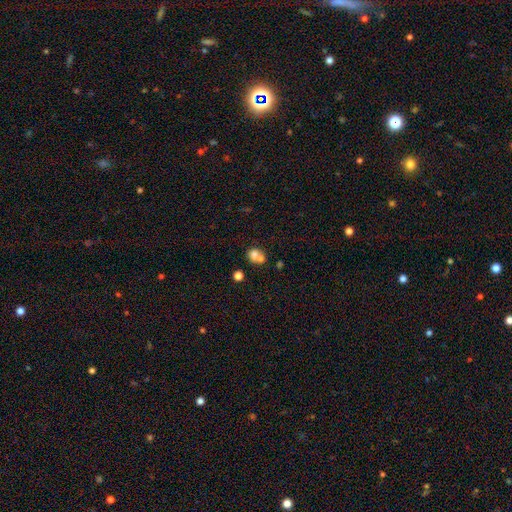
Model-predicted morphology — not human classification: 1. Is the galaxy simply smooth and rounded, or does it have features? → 70% smooth, 19% featured or disk, 12% star or artifact.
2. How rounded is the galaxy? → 68% round, 31% in between, 1% cigar-shaped.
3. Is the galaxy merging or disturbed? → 57% merger, 30% none, 8% minor disturbance, 5% major disturbance.